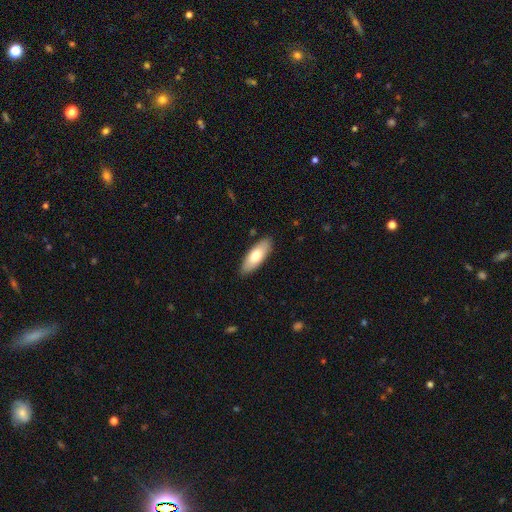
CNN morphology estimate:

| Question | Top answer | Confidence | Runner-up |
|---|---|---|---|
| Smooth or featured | smooth | 75% | featured or disk (19%) |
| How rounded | in between | 69% | cigar-shaped (29%) |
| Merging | none | 87% | minor disturbance (10%) |